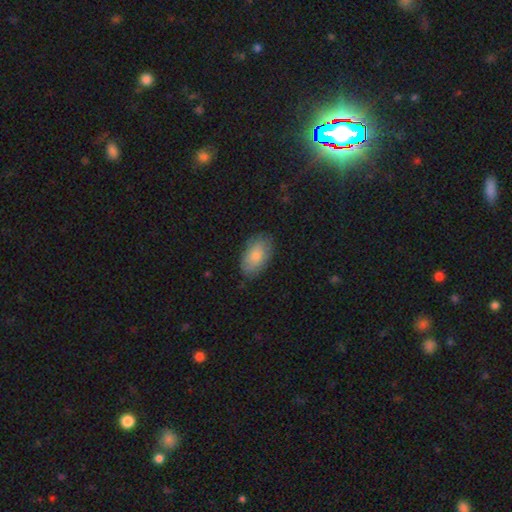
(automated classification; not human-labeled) A smooth galaxy with no disk features (82%) that is in between round and cigar-shaped (94%).

Vote fractions:
- Smooth or featured? smooth: 82% / featured or disk: 12% / star or artifact: 6%
- How rounded? in between: 94% / round: 4% / cigar-shaped: 2%
- Merging? none: 80% / minor disturbance: 16% / major disturbance: 4% / merger: 1%